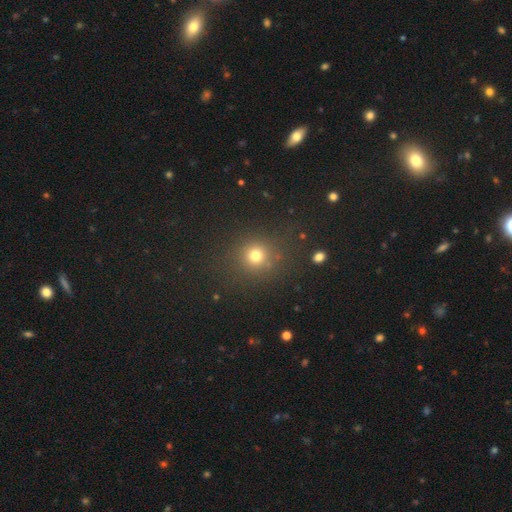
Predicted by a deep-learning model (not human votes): smooth-or-featured: smooth: 74% | star or artifact: 19% | featured or disk: 7%
  how-rounded: round: 88% | in between: 11% | cigar-shaped: 1%
  merging: none: 82% | minor disturbance: 9% | major disturbance: 5% | merger: 3%